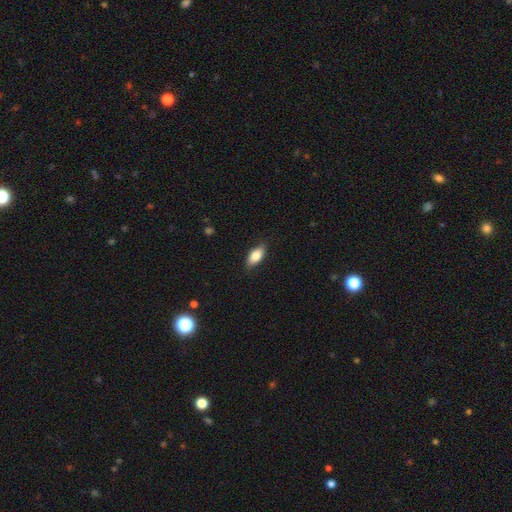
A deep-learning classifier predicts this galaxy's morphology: smooth-or-featured: smooth: 83% | featured or disk: 10% | star or artifact: 7%
  how-rounded: in between: 88% | cigar-shaped: 8% | round: 4%
  merging: none: 83% | minor disturbance: 13% | major disturbance: 3% | merger: 1%